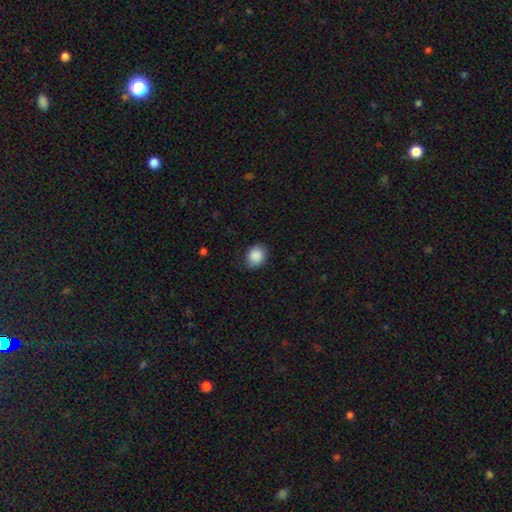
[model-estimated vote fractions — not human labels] Morphology: type=smooth (89%); roundness=round (54%); merging=none (80%).